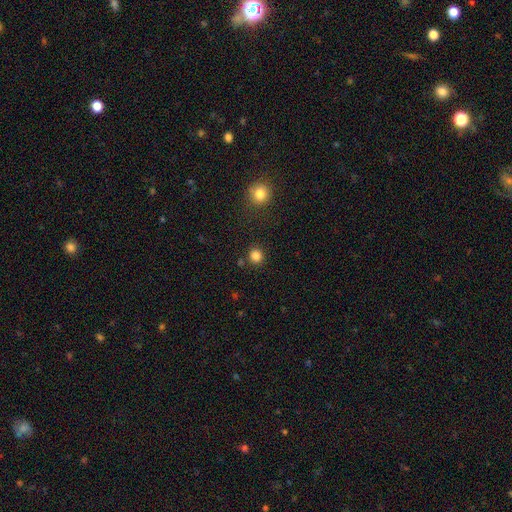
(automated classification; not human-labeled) Smooth or featured? smooth (84%)
How rounded? round (90%)
Merging? none (86%)